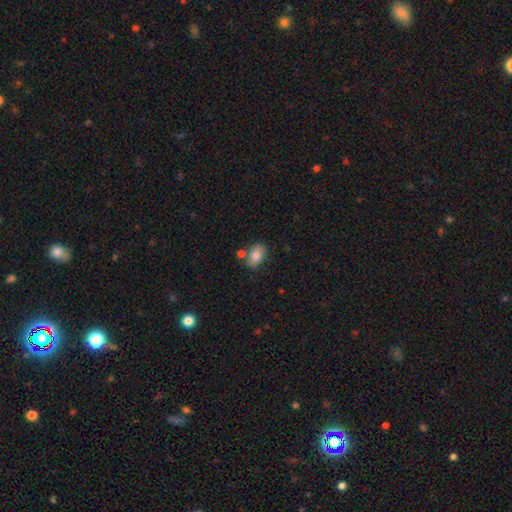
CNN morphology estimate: Q: Smooth or featured?
A: smooth (76%); runner-up: featured or disk (15%)
Q: How rounded?
A: in between (85%); runner-up: round (13%)
Q: Merging?
A: none (67%); runner-up: merger (15%)